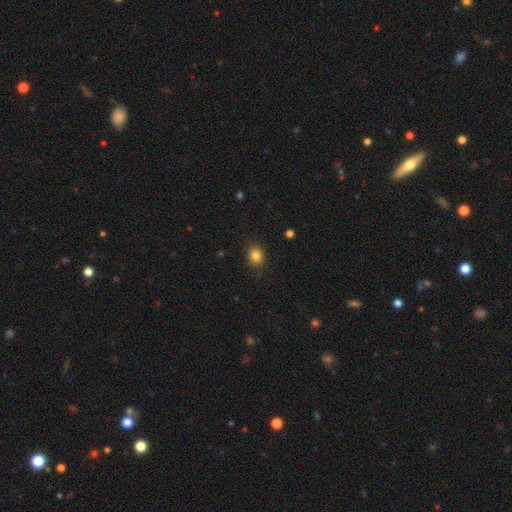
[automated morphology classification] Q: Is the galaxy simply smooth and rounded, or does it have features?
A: smooth — 84%.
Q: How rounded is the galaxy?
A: round — 57%.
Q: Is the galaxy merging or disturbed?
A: none — 86%.